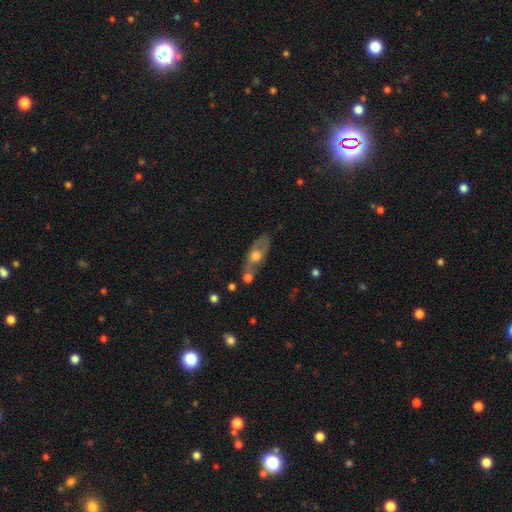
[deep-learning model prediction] This appears to be a featured or disk galaxy (52%). Merging: none (56%).